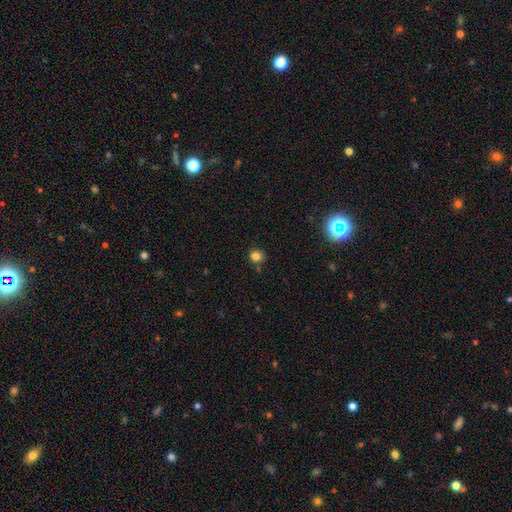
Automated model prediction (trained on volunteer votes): Overall: smooth (81%). How rounded: round (82%). Merging: none (81%).